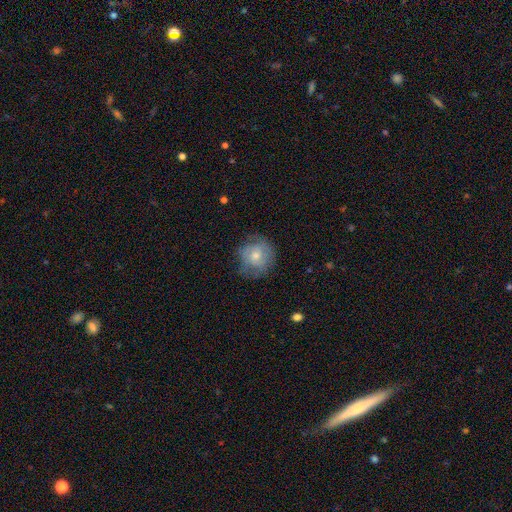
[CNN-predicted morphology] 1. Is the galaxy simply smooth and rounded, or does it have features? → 60% smooth, 33% featured or disk, 7% star or artifact.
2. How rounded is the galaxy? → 87% round, 12% in between, 1% cigar-shaped.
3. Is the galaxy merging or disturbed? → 65% none, 24% minor disturbance, 9% major disturbance, 1% merger.